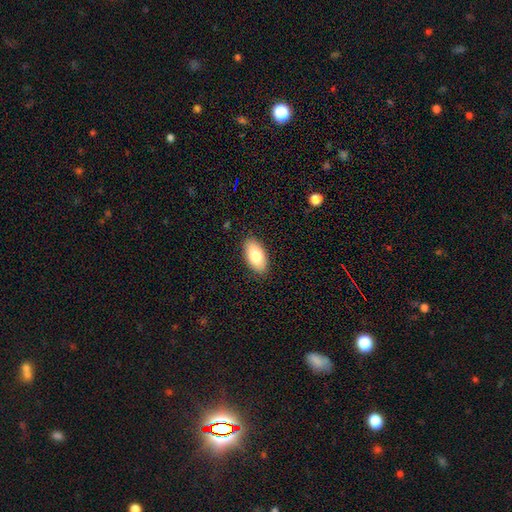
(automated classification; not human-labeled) Morphology: type=smooth (81%); roundness=in between (94%); merging=none (87%).